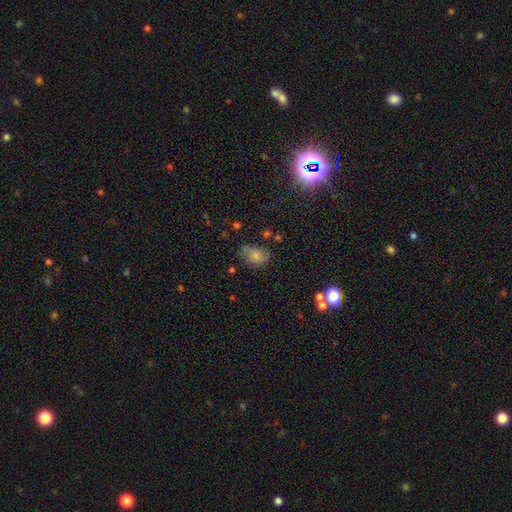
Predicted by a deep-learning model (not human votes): Q: Smooth or featured?
A: smooth (69%); runner-up: featured or disk (20%)
Q: How rounded?
A: in between (77%); runner-up: round (22%)
Q: Merging?
A: none (56%); runner-up: minor disturbance (29%)